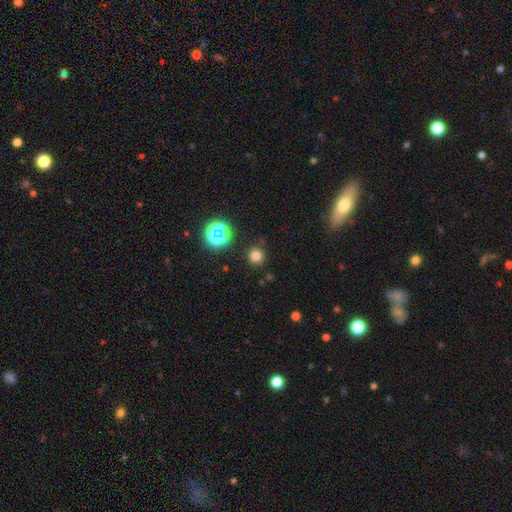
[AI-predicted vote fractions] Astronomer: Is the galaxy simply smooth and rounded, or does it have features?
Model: smooth — 74%.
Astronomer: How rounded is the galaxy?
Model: round — 93%.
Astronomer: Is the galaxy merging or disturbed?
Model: none — 89%.